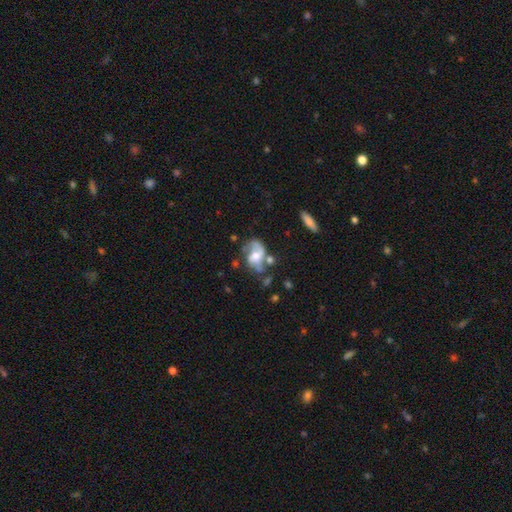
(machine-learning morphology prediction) This is likely a featured or disk galaxy (66%). It is clearly not viewed edge-on (96%). Bar: possibly no (58%). Spiral arm pattern: likely yes (80%). Spiral arm count: likely 2 (66%). Spiral winding: marginally medium (41%). Central bulge: likely moderate (67%). Merging: marginally none (40%).